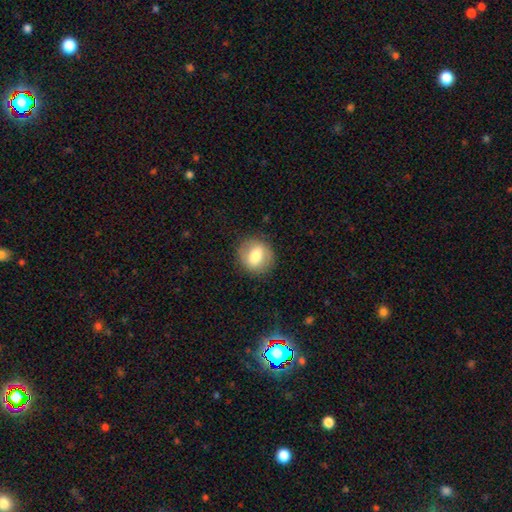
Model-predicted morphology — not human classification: This appears to be a smooth galaxy with no disk features (66%) that is round (77%). Merging: none (85%).